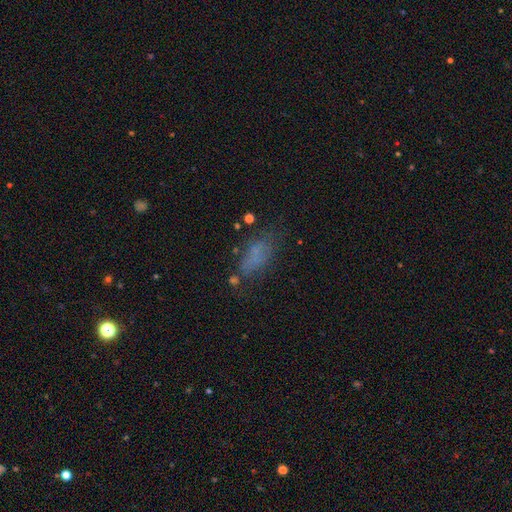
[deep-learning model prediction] smooth-or-featured: smooth: 58% | featured or disk: 23% | star or artifact: 18%
  how-rounded: in between: 75% | cigar-shaped: 20% | round: 5%
  merging: none: 50% | minor disturbance: 23% | major disturbance: 20% | merger: 7%